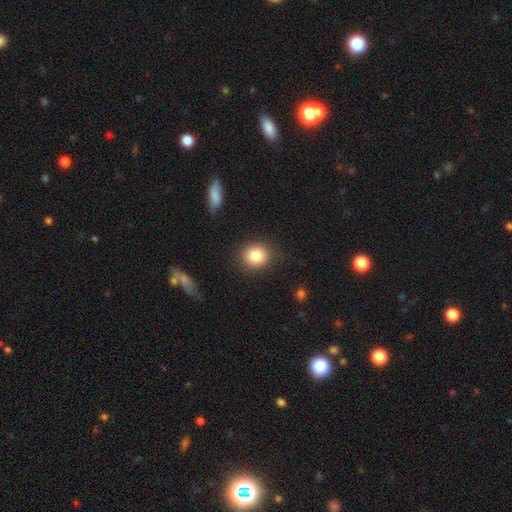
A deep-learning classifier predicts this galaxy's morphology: Smooth or featured: smooth — 84% (star or artifact — 9%)
How rounded: round — 78% (in between — 21%)
Merging: none — 86% (minor disturbance — 9%)